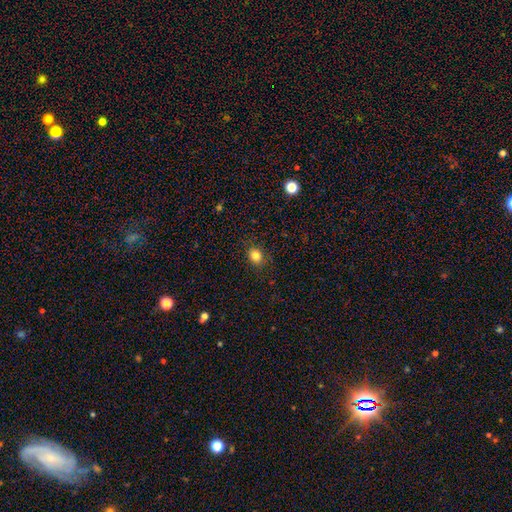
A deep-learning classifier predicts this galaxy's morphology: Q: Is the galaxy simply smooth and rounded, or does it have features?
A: smooth — 83%.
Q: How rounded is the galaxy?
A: round — 61%.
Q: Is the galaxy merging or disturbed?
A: none — 87%.